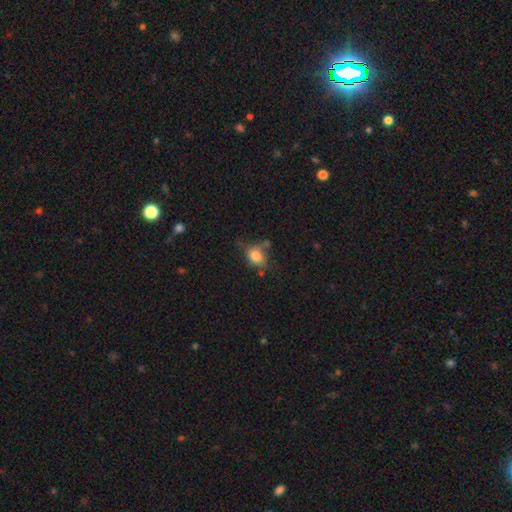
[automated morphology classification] A smooth galaxy with no disk features (79%) that is in between round and cigar-shaped (58%).

Vote fractions:
- Smooth or featured? smooth: 79% / featured or disk: 11% / star or artifact: 10%
- How rounded? in between: 58% / round: 40% / cigar-shaped: 2%
- Merging? none: 51% / minor disturbance: 28% / merger: 11% / major disturbance: 10%